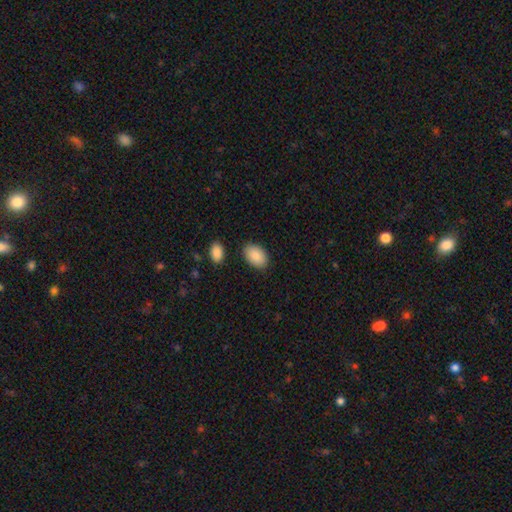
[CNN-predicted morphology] Q: Smooth or featured?
A: smooth (89%); runner-up: star or artifact (6%)
Q: How rounded?
A: in between (91%); runner-up: round (8%)
Q: Merging?
A: none (85%); runner-up: minor disturbance (10%)